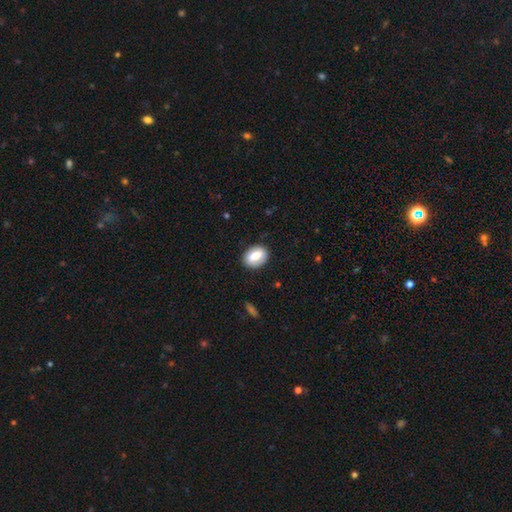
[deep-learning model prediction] This is likely a smooth galaxy (68%). How rounded: likely in between (65%). Merging: clearly none (86%).